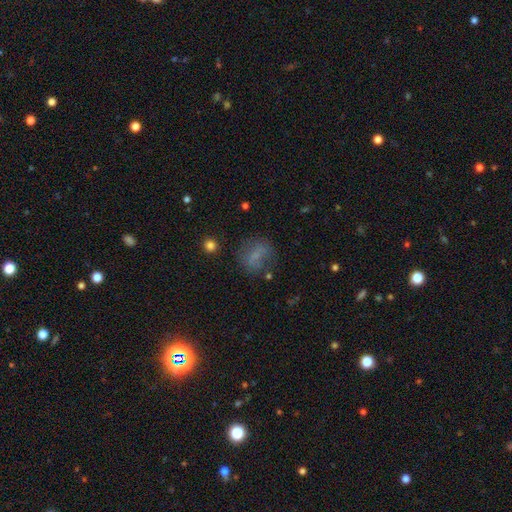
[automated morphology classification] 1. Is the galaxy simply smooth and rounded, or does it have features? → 54% smooth, 26% featured or disk, 19% star or artifact.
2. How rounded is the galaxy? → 60% round, 37% in between, 3% cigar-shaped.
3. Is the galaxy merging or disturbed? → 59% none, 20% minor disturbance, 16% major disturbance, 5% merger.